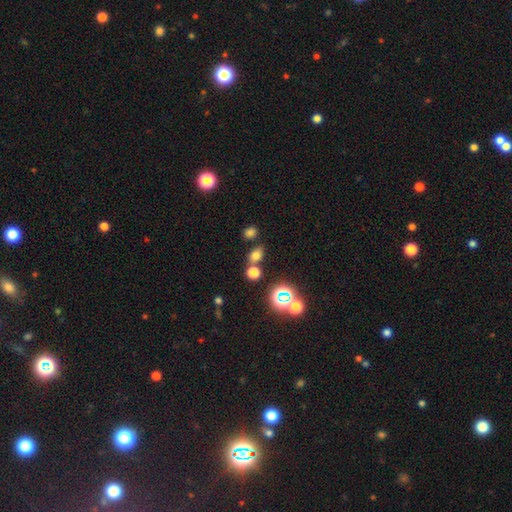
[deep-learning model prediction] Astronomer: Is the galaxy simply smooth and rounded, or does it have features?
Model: smooth — 66%.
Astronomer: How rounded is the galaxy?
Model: in between — 54% (runner-up: round, 44%).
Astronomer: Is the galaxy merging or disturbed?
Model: none — 65%.